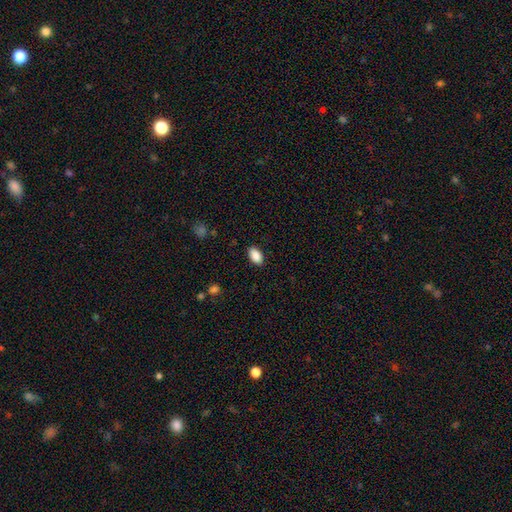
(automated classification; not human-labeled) The model was most divided on "merging": none: 88%, minor disturbance: 9%, major disturbance: 2%, merger: 1%. More confident: how rounded — in between (93%); smooth or featured — smooth (89%).